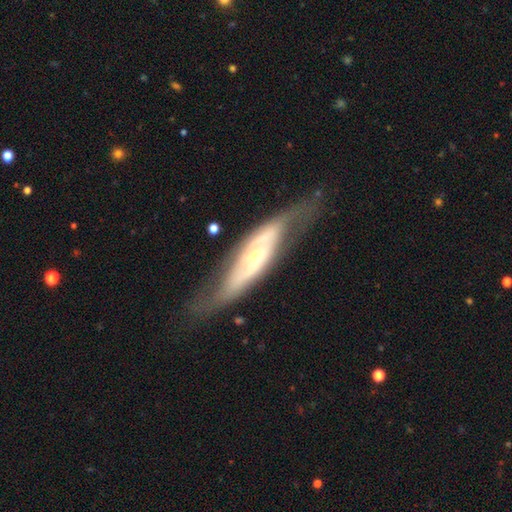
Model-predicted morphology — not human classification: A featured or disk galaxy (74%).

Vote fractions:
- Smooth or featured? featured or disk: 74% / smooth: 20% / star or artifact: 6%
- Edge-on disk? no: 67% / yes: 33%
- Merging? none: 64% / minor disturbance: 19% / major disturbance: 14% / merger: 2%